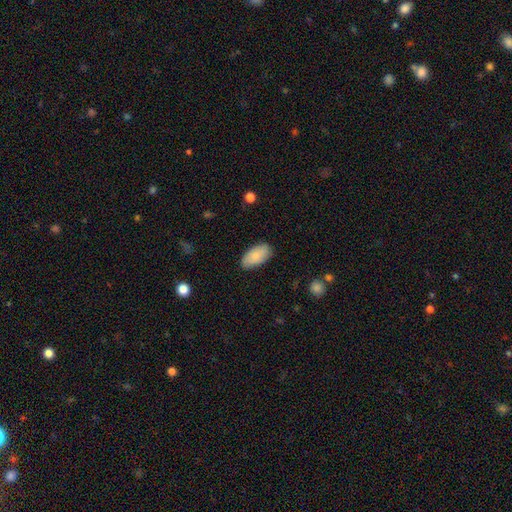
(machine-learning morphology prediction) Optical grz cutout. It shows a smooth galaxy with no disk features (82%) that is in between round and cigar-shaped (94%). Merging: none (81%).